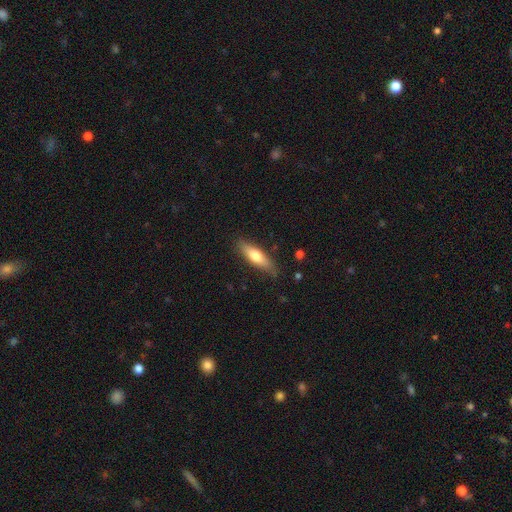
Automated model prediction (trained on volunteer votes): Morphology: type=smooth (66%); roundness=cigar-shaped (58%); merging=none (80%).